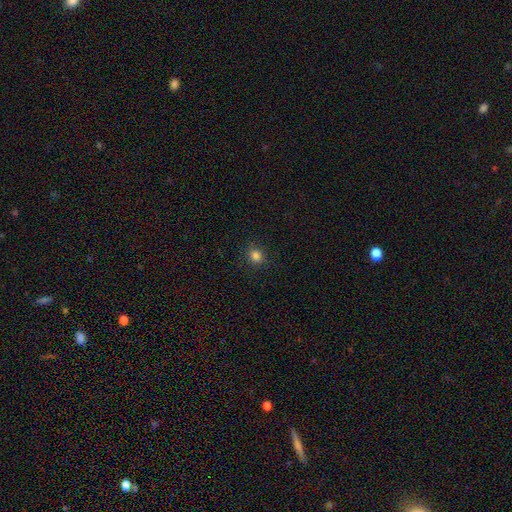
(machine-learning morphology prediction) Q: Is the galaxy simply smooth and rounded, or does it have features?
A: smooth — 82%.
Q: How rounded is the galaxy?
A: round — 72%.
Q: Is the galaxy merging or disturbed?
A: none — 87%.